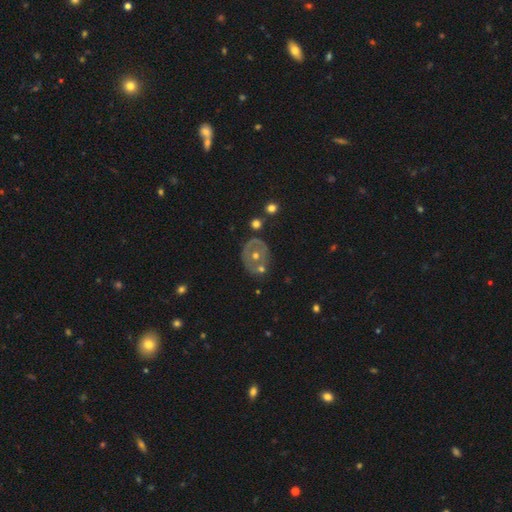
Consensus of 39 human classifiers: A featured or disk galaxy (59%) with no bar (91%), no spiral arms (68%) and a moderate central bulge (68%). Merging: none (77%).